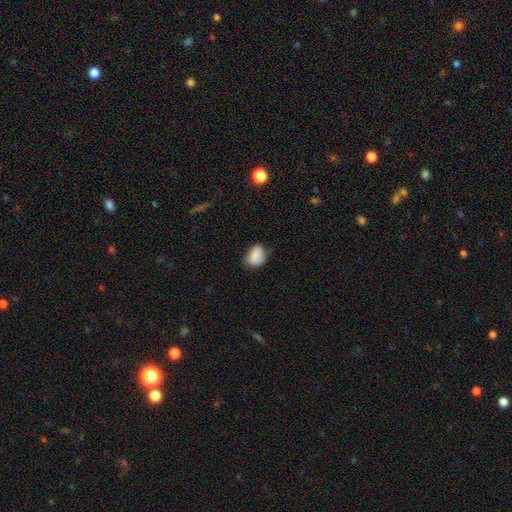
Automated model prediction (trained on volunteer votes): This appears to be a smooth galaxy with no disk features (84%) that is in between round and cigar-shaped (72%). Merging: none (58%).